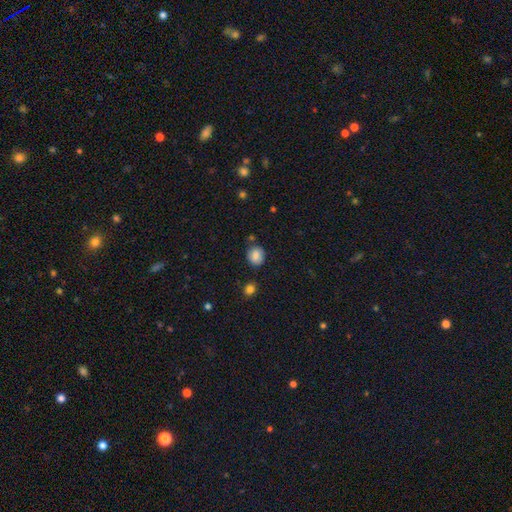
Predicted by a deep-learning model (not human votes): Smooth or featured? Predicted: smooth (p=0.85). How rounded? Predicted: round (p=0.74). Merging? Predicted: none (p=0.79).